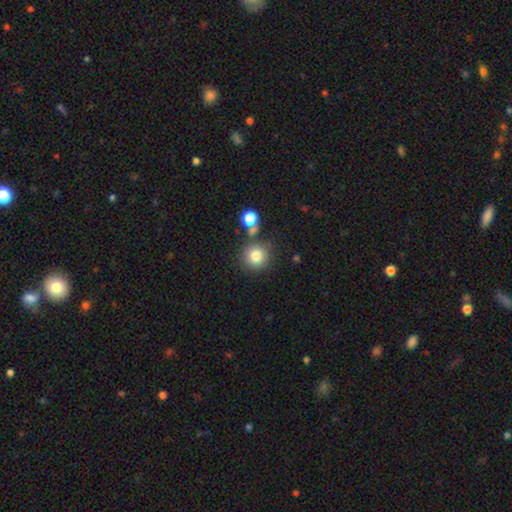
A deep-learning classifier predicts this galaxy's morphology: Smooth or featured?
  - smooth: 81% *
  - star or artifact: 11%
  - featured or disk: 8%
How rounded?
  - round: 92% *
  - in between: 7%
  - cigar-shaped: 1%
Merging?
  - none: 73% *
  - merger: 13%
  - minor disturbance: 10%
  - major disturbance: 4%